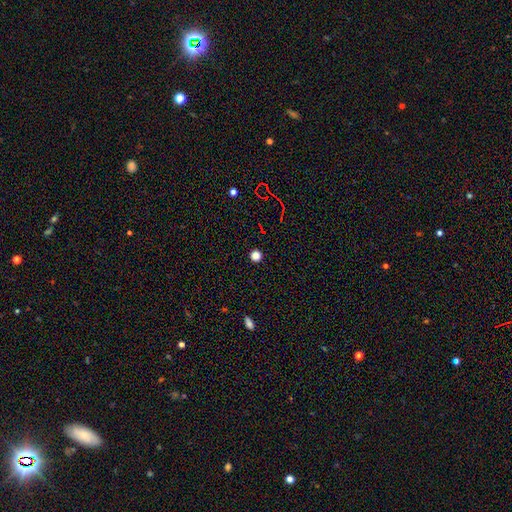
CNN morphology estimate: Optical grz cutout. It shows a smooth galaxy with no disk features (78%) that is round (94%). Merging: none (92%).